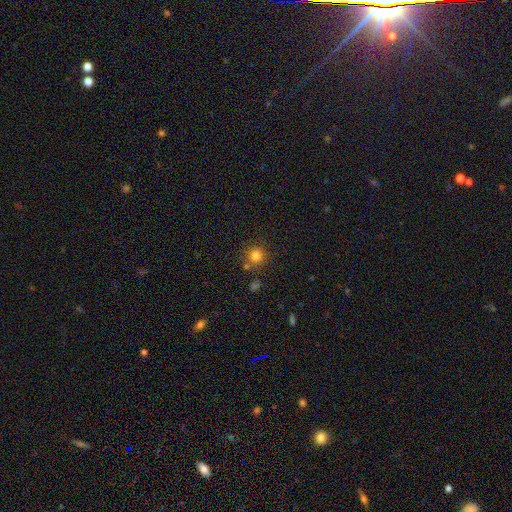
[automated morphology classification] type=smooth (79%); roundness=round (92%); merging=none (80%).